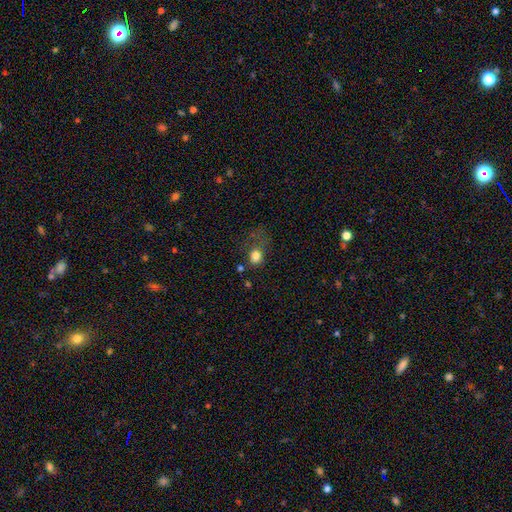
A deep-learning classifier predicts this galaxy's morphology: A smooth galaxy with no disk features (79%) that is round (58%). Merging: none (40%).